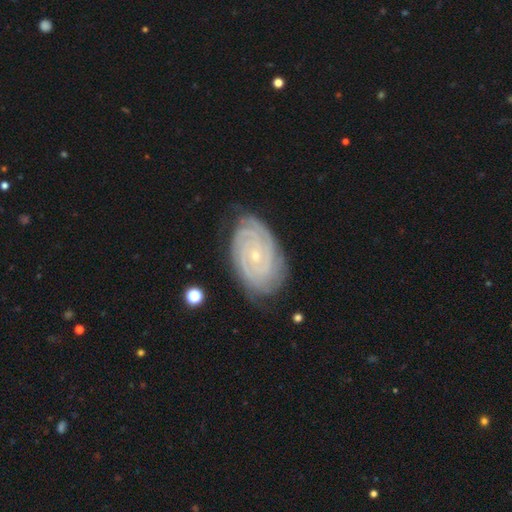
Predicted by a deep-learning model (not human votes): This appears to be a featured or disk galaxy (90%) with no bar (71%), 2 (29%) tight (86%) spiral arms (98%) and a small central bulge (80%). Merging: none (79%).